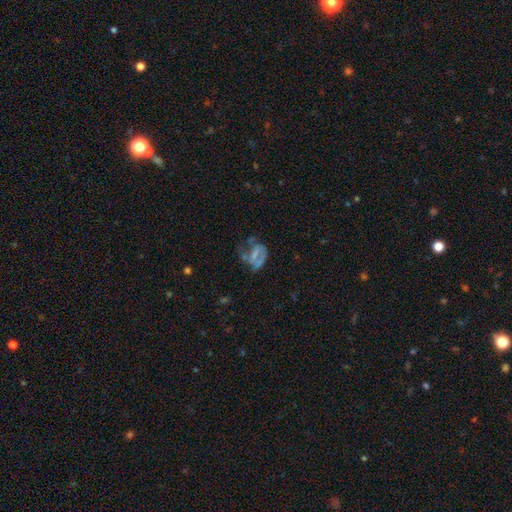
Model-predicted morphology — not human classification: Smooth or featured: featured or disk — 53% (smooth — 35%)
Edge-on disk: no — 97% (yes — 3%)
Bar: no — 49% (weak — 32%)
Spiral arms: no — 55% (yes — 45%)
Bulge size: none — 48% (small — 28%)
Merging: major disturbance — 43% (none — 26%)